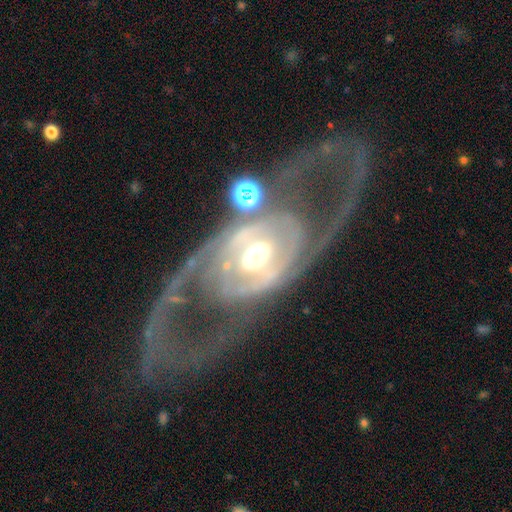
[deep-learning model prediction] Smooth or featured: featured or disk — 86% (smooth — 9%)
Edge-on disk: no — 91% (yes — 9%)
Bar: no — 45% (weak — 32%)
Spiral arms: yes — 71% (no — 29%)
Spiral winding: medium — 41% (tight — 36%)
Spiral arm count: 2 — 68% (can't tell — 18%)
Bulge size: moderate — 62% (large — 23%)
Merging: none — 66% (major disturbance — 15%)